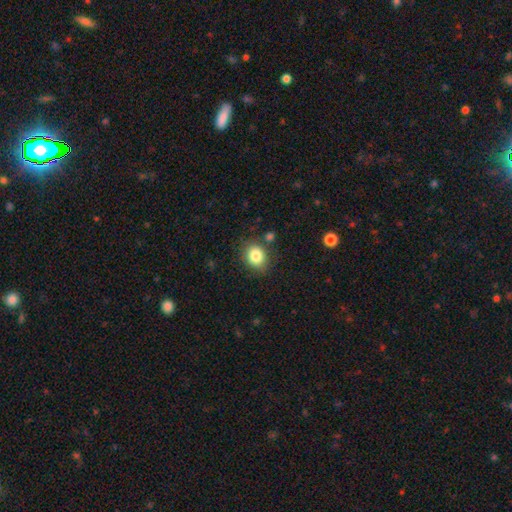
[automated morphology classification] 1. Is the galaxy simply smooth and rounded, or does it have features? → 84% smooth, 9% star or artifact, 7% featured or disk.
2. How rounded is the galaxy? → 53% round, 46% in between, 1% cigar-shaped.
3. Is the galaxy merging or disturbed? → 80% none, 11% minor disturbance, 5% merger, 3% major disturbance.